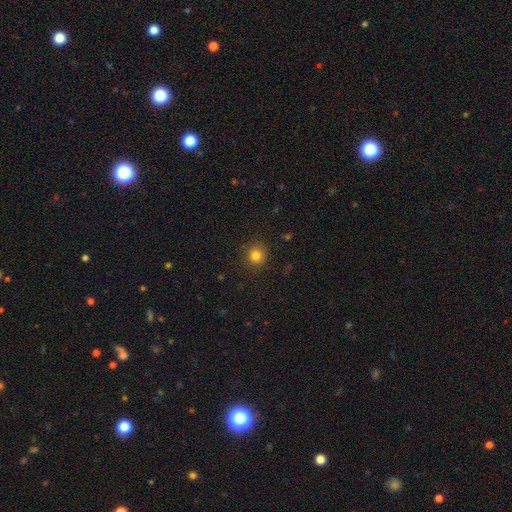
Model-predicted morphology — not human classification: Smooth or featured?
  - smooth: 82% *
  - star or artifact: 13%
  - featured or disk: 6%
How rounded?
  - round: 91% *
  - in between: 8%
  - cigar-shaped: 1%
Merging?
  - none: 90% *
  - minor disturbance: 7%
  - major disturbance: 2%
  - merger: 1%